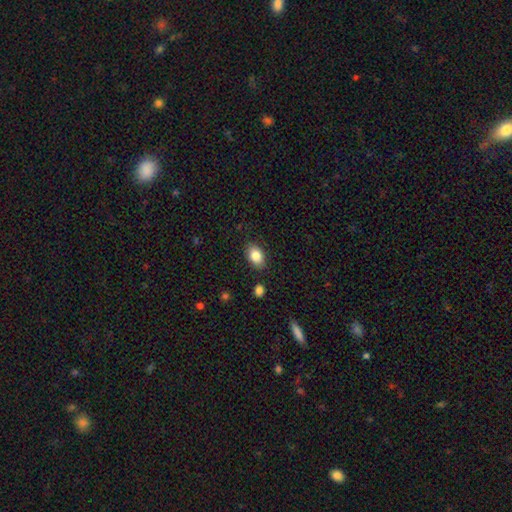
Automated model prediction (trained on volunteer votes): A smooth galaxy with no disk features (84%) that is in between round and cigar-shaped (86%). Merging: none (85%).